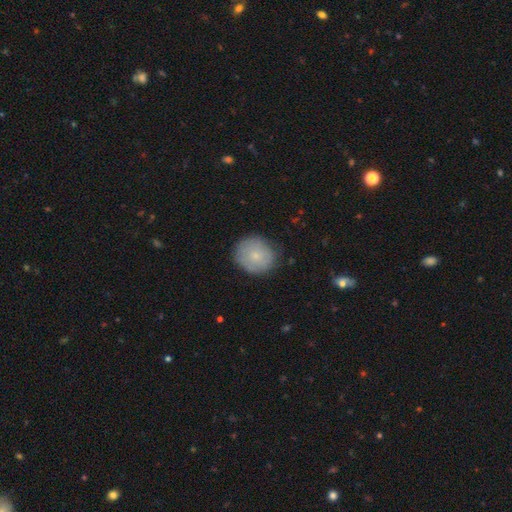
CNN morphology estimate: This is likely a smooth galaxy (73%). How rounded: clearly round (81%). Merging: likely none (80%).